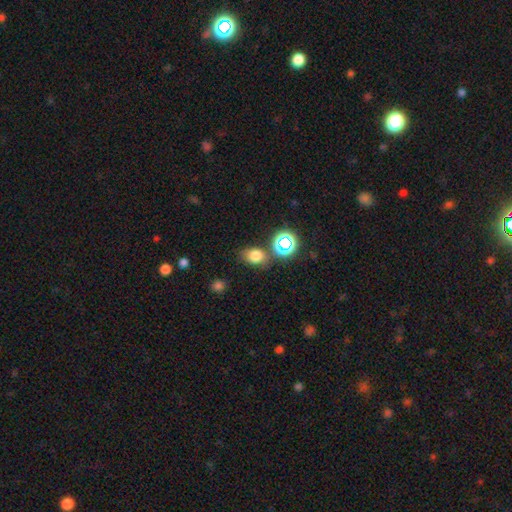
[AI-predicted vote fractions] This appears to be a smooth galaxy with no disk features (74%) that is in between round and cigar-shaped (62%). Merging: none (71%).